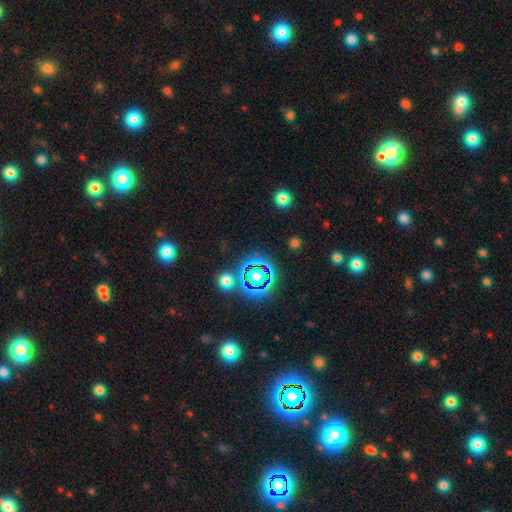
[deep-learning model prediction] This is likely a star or artifact rather than a galaxy (67%).